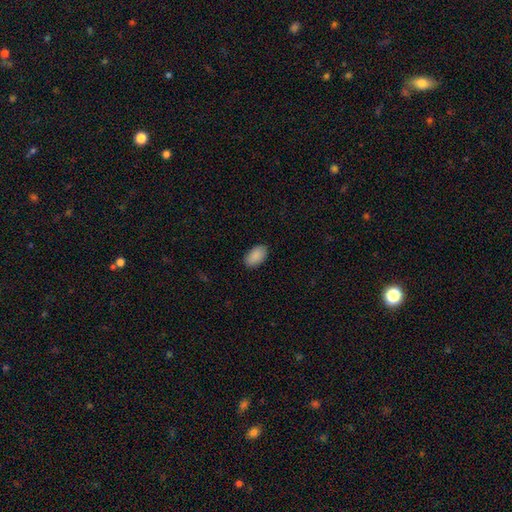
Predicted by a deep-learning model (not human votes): smooth_or_featured: smooth (p=0.90) [alt: star or artifact p=0.06]
how_rounded: in between (p=0.95) [alt: round p=0.04]
merging: none (p=0.89) [alt: minor disturbance p=0.09]